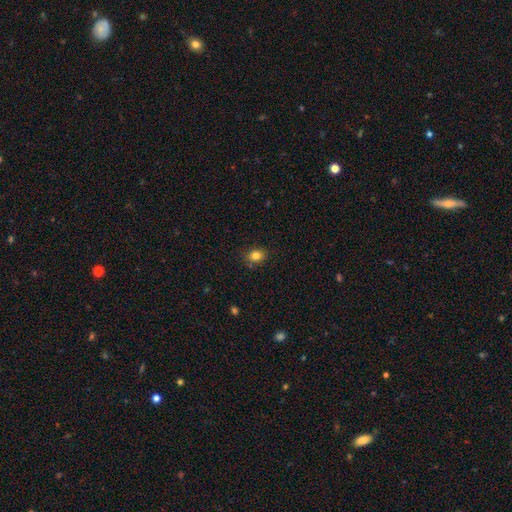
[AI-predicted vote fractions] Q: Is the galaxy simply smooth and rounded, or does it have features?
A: smooth — 82%.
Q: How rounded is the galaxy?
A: in between — 54%.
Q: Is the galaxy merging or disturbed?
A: none — 82%.